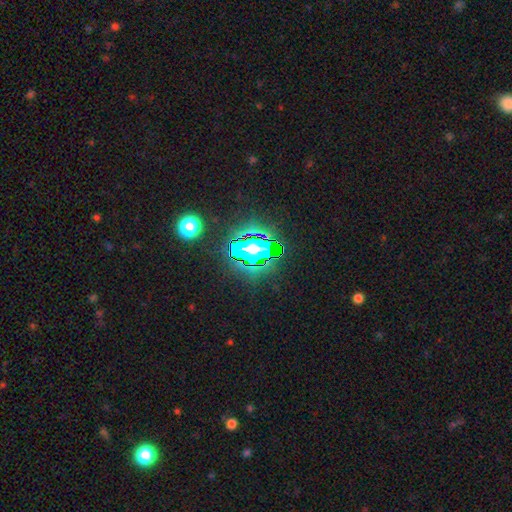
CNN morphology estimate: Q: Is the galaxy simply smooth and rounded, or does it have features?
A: star or artifact — 68%.